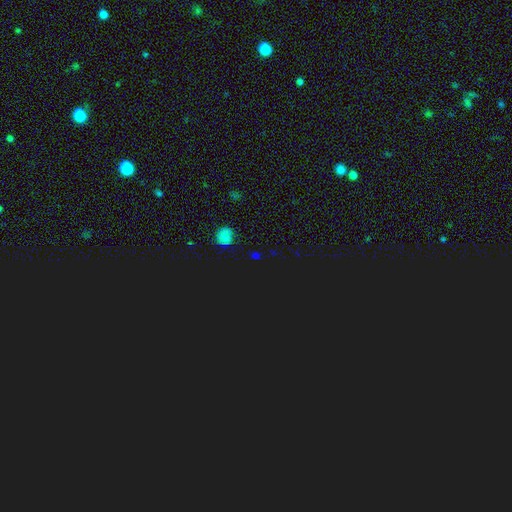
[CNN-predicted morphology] This appears to be a star or artifact, not a galaxy (66%).